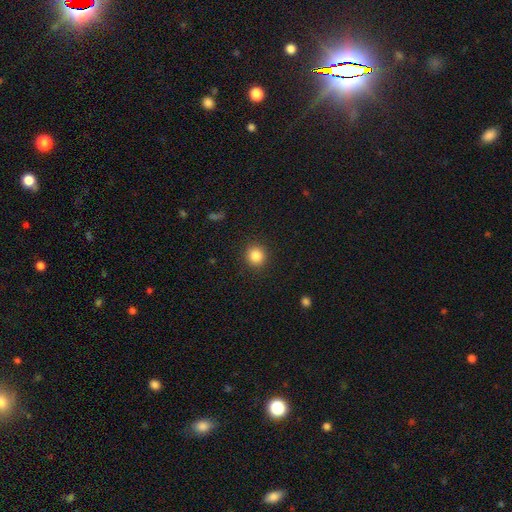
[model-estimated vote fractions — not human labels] Smooth or featured?
  - smooth: 85% *
  - star or artifact: 10%
  - featured or disk: 4%
How rounded?
  - round: 91% *
  - in between: 8%
  - cigar-shaped: 1%
Merging?
  - none: 91% *
  - minor disturbance: 6%
  - major disturbance: 2%
  - merger: 1%